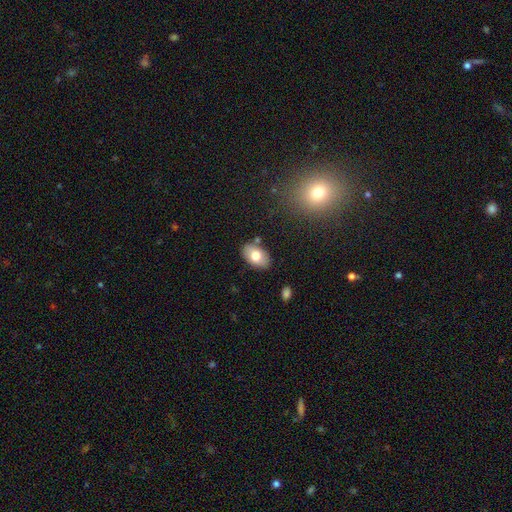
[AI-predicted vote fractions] smooth-or-featured: smooth: 75% | featured or disk: 18% | star or artifact: 7%
  how-rounded: in between: 92% | round: 7% | cigar-shaped: 1%
  merging: none: 83% | minor disturbance: 12% | merger: 3% | major disturbance: 2%